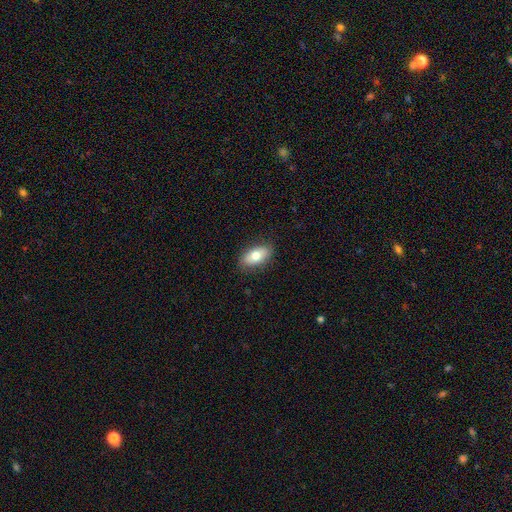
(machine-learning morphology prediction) Smooth or featured: smooth — 75% (featured or disk — 18%)
How rounded: in between — 89% (cigar-shaped — 7%)
Merging: none — 85% (minor disturbance — 12%)